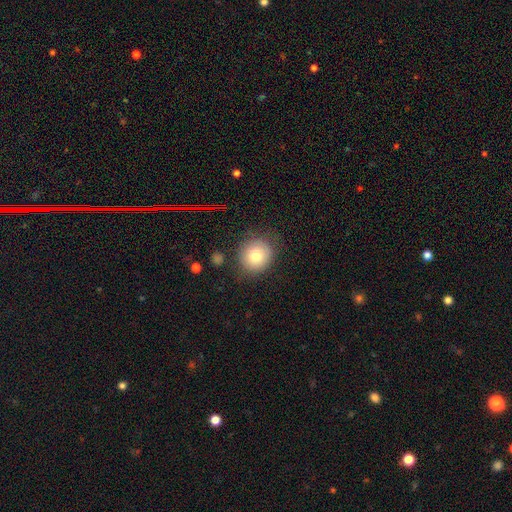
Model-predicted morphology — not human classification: The model was most divided on "smooth or featured": smooth: 75%, featured or disk: 13%, star or artifact: 12%. More confident: how rounded — round (89%); merging — none (81%).